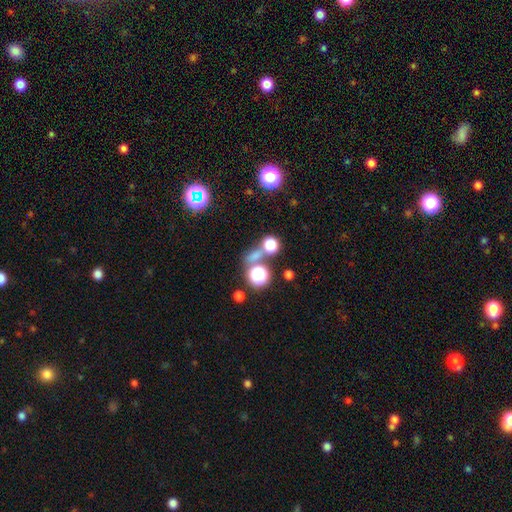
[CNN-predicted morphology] smooth-or-featured: smooth: 55% | star or artifact: 35% | featured or disk: 10%
  how-rounded: round: 69% | in between: 26% | cigar-shaped: 5%
  merging: none: 59% | merger: 26% | minor disturbance: 9% | major disturbance: 6%